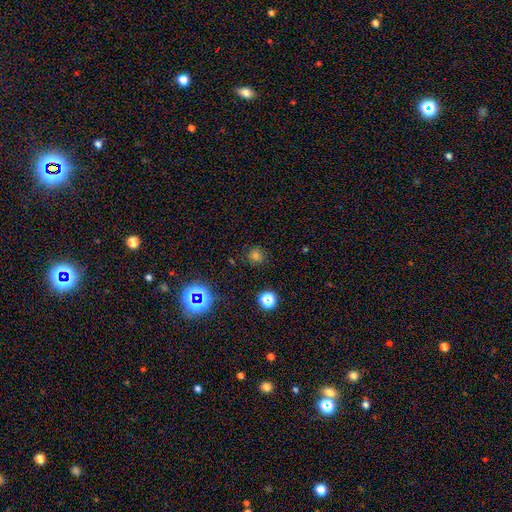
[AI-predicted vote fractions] Smooth or featured? smooth (65%)
How rounded? round (89%)
Merging? none (84%)